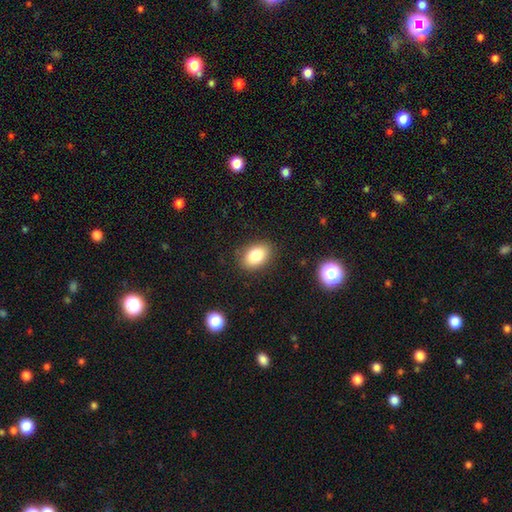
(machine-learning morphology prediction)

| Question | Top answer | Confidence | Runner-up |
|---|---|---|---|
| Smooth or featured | smooth | 84% | star or artifact (9%) |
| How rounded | in between | 86% | round (13%) |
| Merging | none | 86% | minor disturbance (10%) |